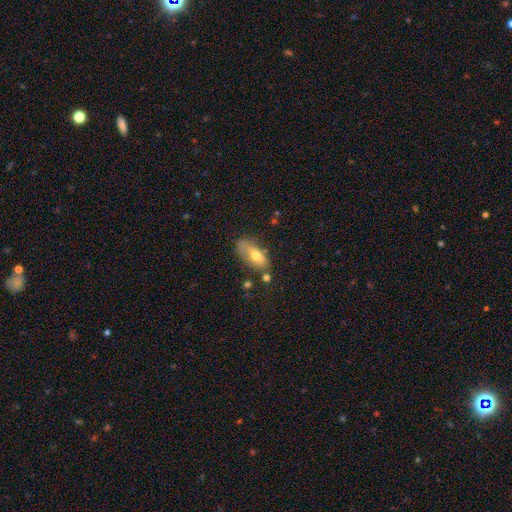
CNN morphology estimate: Smooth or featured: smooth — 64% (featured or disk — 29%)
How rounded: in between — 83% (cigar-shaped — 13%)
Merging: none — 56% (minor disturbance — 27%)